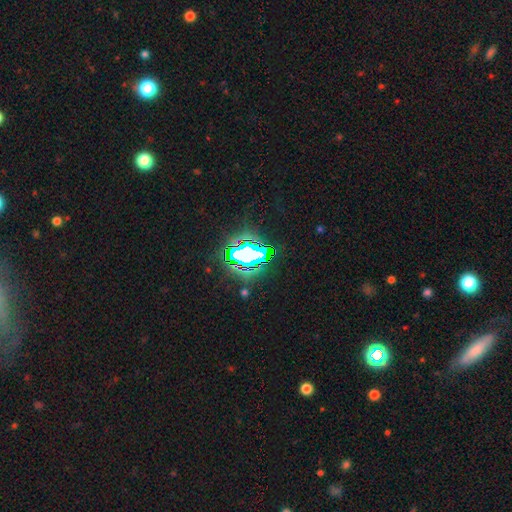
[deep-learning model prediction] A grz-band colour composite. It shows a star or artifact, not a galaxy (80%).